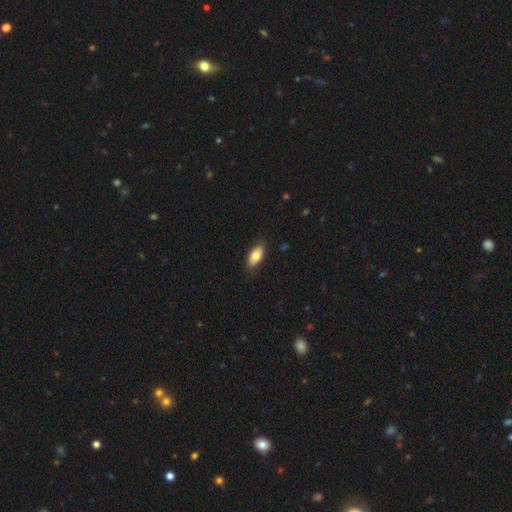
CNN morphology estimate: A smooth galaxy with no disk features (78%) that is in between round and cigar-shaped (91%).

Vote fractions:
- Smooth or featured? smooth: 78% / featured or disk: 15% / star or artifact: 6%
- How rounded? in between: 91% / cigar-shaped: 6% / round: 3%
- Merging? none: 85% / minor disturbance: 12% / major disturbance: 2% / merger: 1%